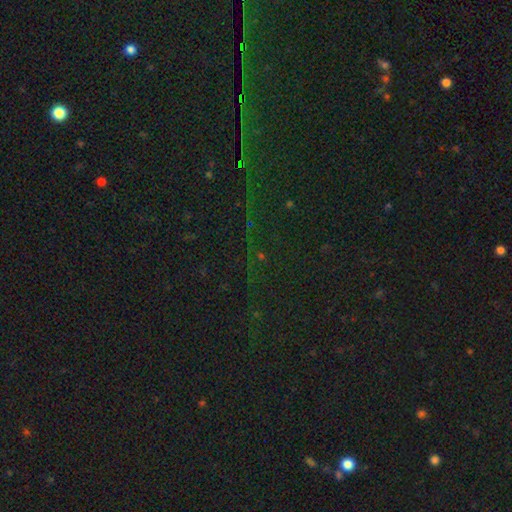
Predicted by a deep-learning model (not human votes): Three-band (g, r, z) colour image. It shows a star or artifact, not a galaxy (85%).